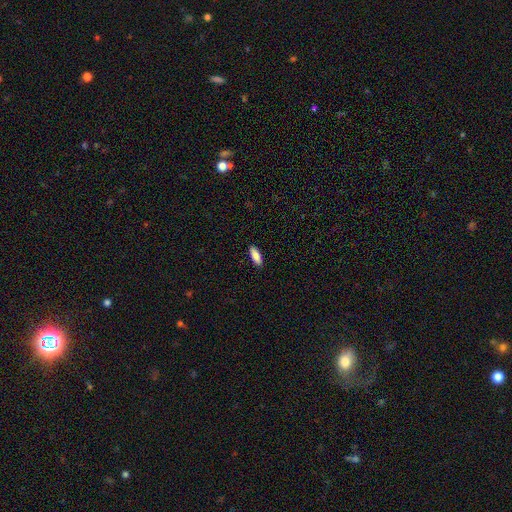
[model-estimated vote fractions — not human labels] smooth-or-featured: smooth: 88% | featured or disk: 6% | star or artifact: 6%
  how-rounded: in between: 69% | cigar-shaped: 30% | round: 2%
  merging: none: 89% | minor disturbance: 8% | major disturbance: 2% | merger: 1%